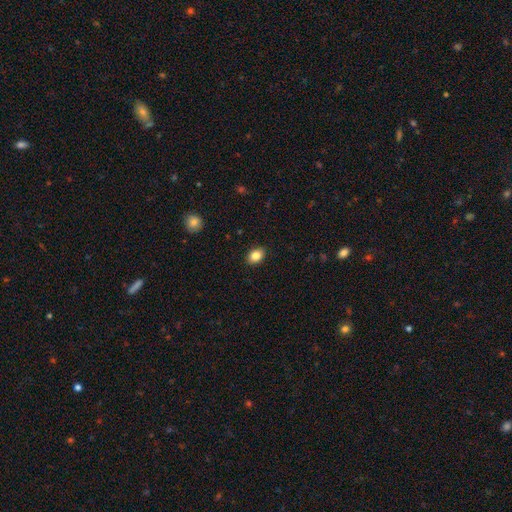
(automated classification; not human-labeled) This is clearly a smooth galaxy (85%). How rounded: likely in between (74%). Merging: clearly none (89%).